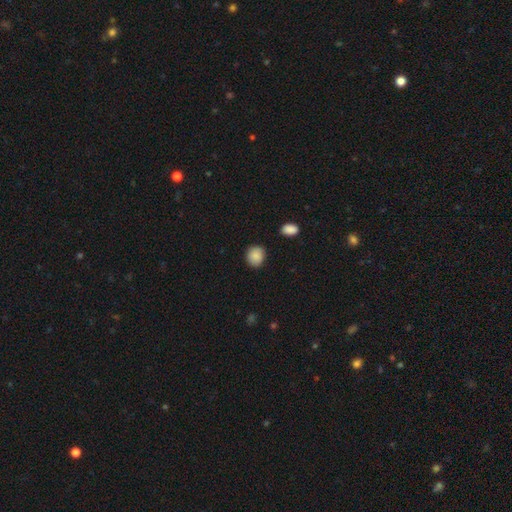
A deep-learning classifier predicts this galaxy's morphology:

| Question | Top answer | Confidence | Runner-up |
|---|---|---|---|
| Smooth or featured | smooth | 89% | star or artifact (7%) |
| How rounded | round | 74% | in between (25%) |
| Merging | none | 86% | minor disturbance (10%) |